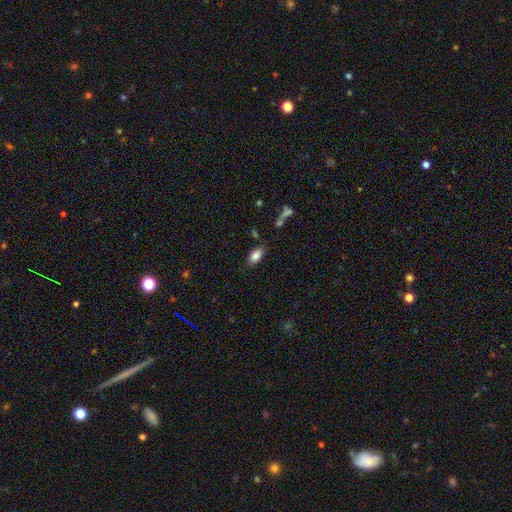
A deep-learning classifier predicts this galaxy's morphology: A smooth galaxy with no disk features (84%) that is in between round and cigar-shaped (91%).

Vote fractions:
- Smooth or featured? smooth: 84% / star or artifact: 8% / featured or disk: 8%
- How rounded? in between: 91% / round: 5% / cigar-shaped: 4%
- Merging? none: 79% / minor disturbance: 14% / major disturbance: 4% / merger: 3%